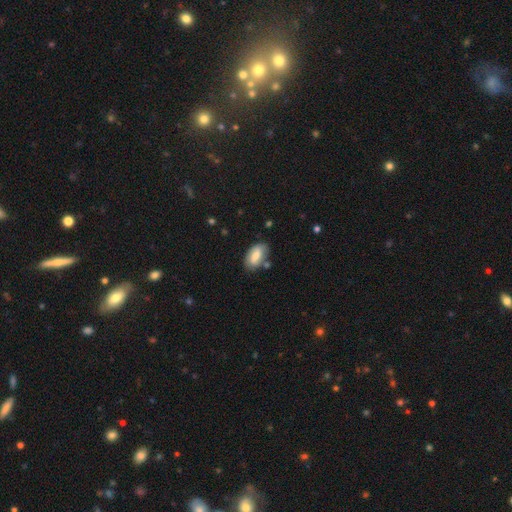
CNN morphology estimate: This is likely a smooth galaxy (73%). How rounded: clearly in between (93%). Merging: likely none (71%).